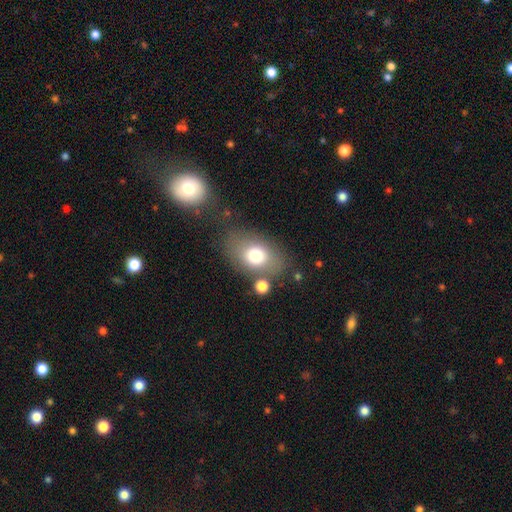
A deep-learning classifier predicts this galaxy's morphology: type=smooth (73%); roundness=in between (79%); merging=none (68%).